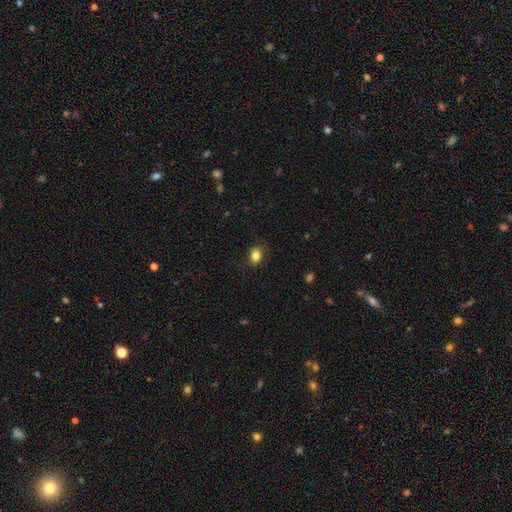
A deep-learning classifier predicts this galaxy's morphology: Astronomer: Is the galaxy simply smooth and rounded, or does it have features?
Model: smooth — 84%.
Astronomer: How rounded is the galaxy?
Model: in between — 63%.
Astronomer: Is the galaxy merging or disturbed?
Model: none — 83%.